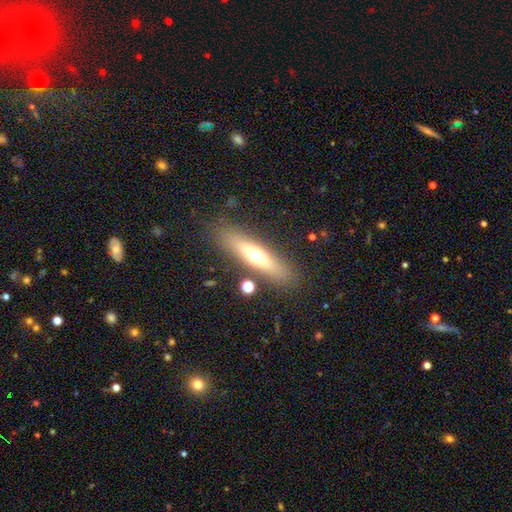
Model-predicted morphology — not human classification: A smooth galaxy with no disk features (48%). Merging: none (84%).